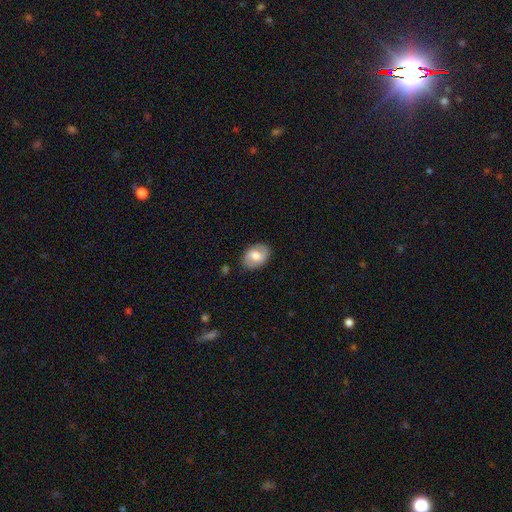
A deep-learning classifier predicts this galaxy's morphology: This appears to be a smooth galaxy with no disk features (58%) that is in between round and cigar-shaped (74%). Merging: none (82%).